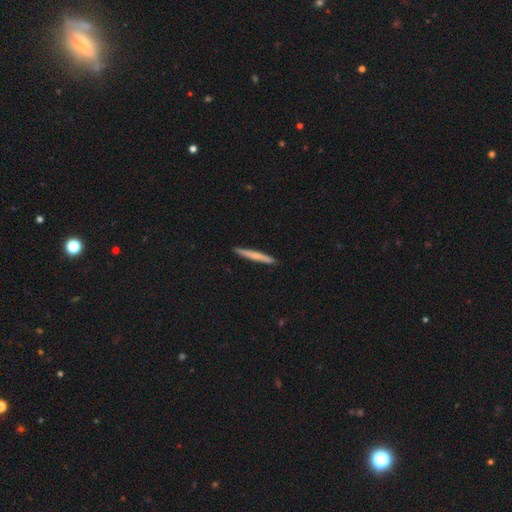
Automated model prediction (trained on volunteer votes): This appears to be a smooth galaxy with no disk features (66%) that is cigar-shaped (96%). Merging: none (92%).